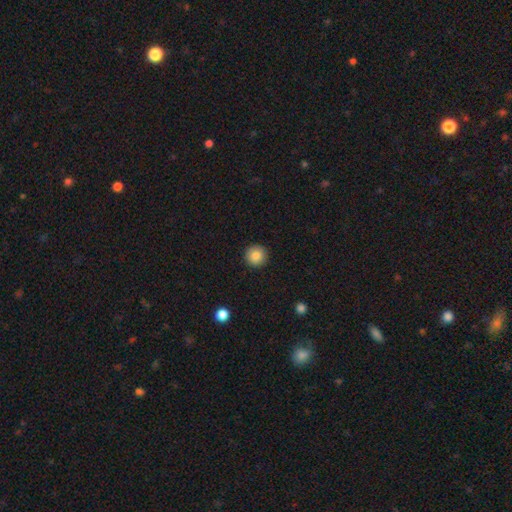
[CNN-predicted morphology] smooth-or-featured: smooth: 86% | star or artifact: 9% | featured or disk: 5%
  how-rounded: round: 96% | in between: 4% | cigar-shaped: 1%
  merging: none: 93% | minor disturbance: 5% | major disturbance: 2% | merger: 1%